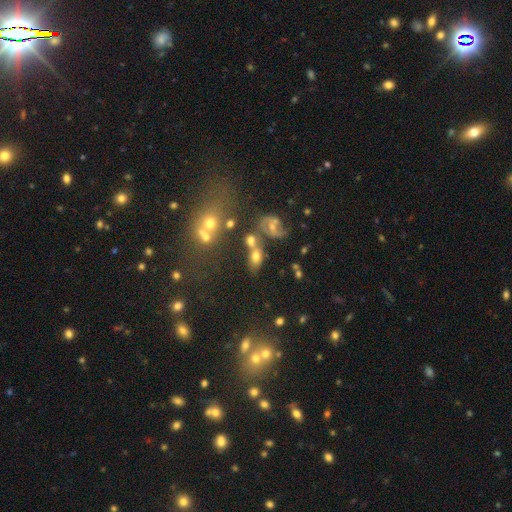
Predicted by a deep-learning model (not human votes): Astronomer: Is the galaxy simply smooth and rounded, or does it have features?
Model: smooth — 50% (runner-up: featured or disk, 31%).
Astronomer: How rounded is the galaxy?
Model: in between — 76%.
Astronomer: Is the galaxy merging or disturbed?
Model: none — 47% (runner-up: merger, 26%).